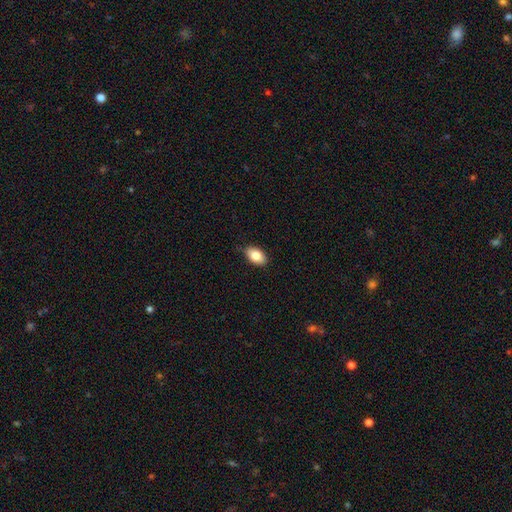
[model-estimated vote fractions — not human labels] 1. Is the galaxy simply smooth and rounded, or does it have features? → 84% smooth, 9% featured or disk, 7% star or artifact.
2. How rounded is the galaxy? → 91% in between, 7% round, 2% cigar-shaped.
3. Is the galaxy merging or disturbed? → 84% none, 13% minor disturbance, 2% major disturbance, 1% merger.